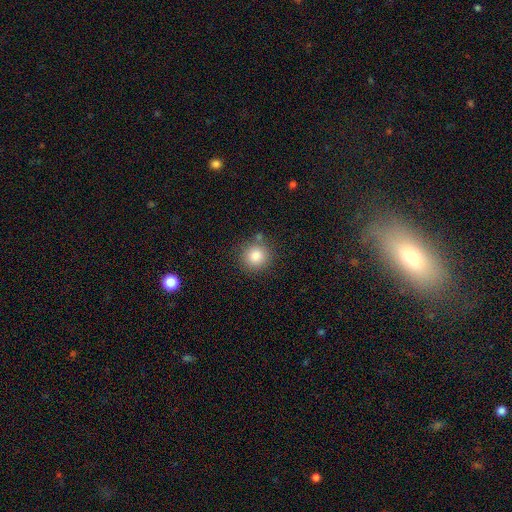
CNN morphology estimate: smooth 85%, star or artifact 10%, featured or disk 5%. Down the decision tree: how rounded — round (92%); merging — none (81%).